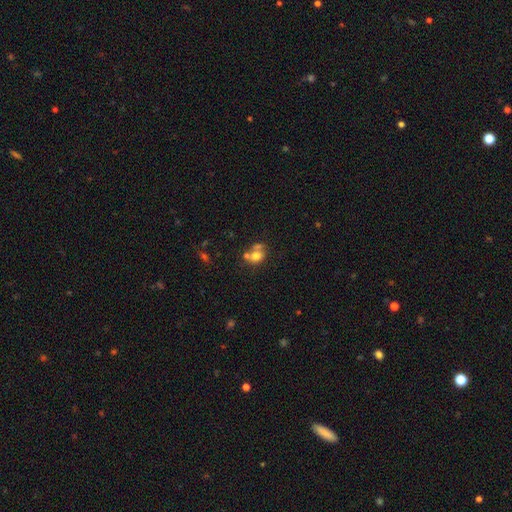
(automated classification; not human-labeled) This is likely a smooth galaxy (69%). How rounded: possibly round (52%). Merging: possibly merger (46%).